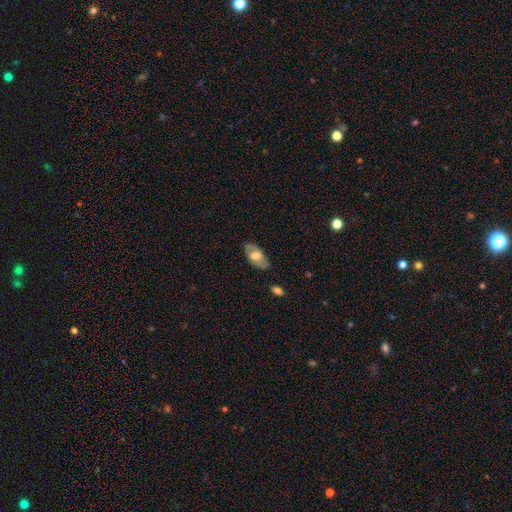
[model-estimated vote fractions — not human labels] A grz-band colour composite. It shows a featured or disk galaxy (48%). Merging: none (74%).